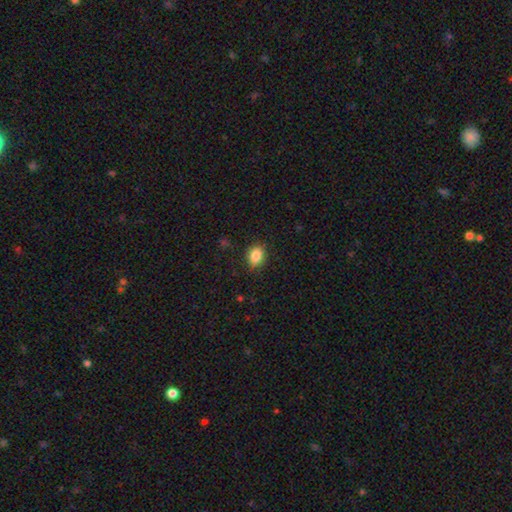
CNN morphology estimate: A smooth galaxy with no disk features (86%) that is in between round and cigar-shaped (63%). Merging: none (84%).